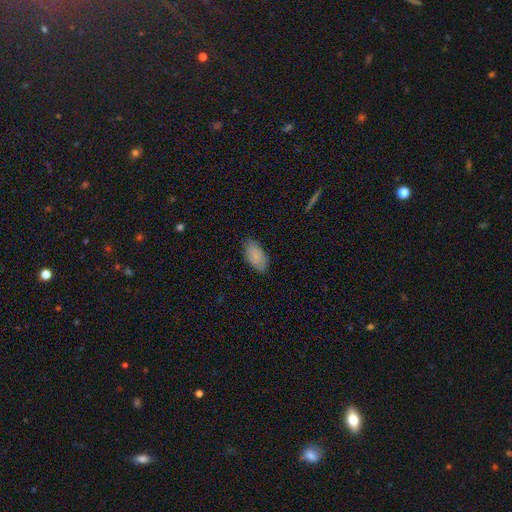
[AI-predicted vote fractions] Smooth or featured? smooth (84%)
How rounded? in between (94%)
Merging? none (82%)